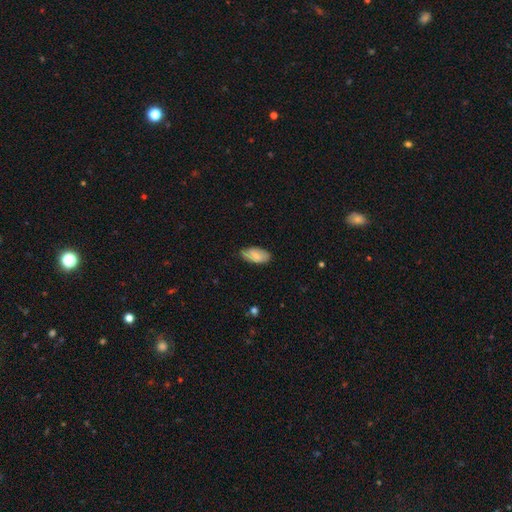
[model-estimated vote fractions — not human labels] A smooth galaxy with no disk features (78%) that is in between round and cigar-shaped (93%). Merging: none (75%).